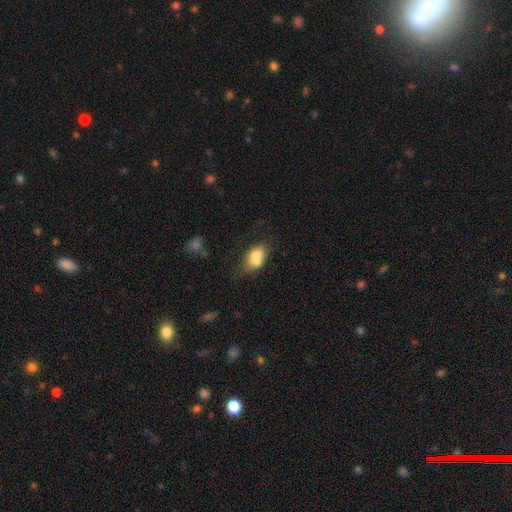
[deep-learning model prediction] smooth-or-featured: smooth: 72% | featured or disk: 19% | star or artifact: 9%
  how-rounded: in between: 82% | round: 15% | cigar-shaped: 3%
  merging: none: 35% | merger: 34% | minor disturbance: 22% | major disturbance: 10%